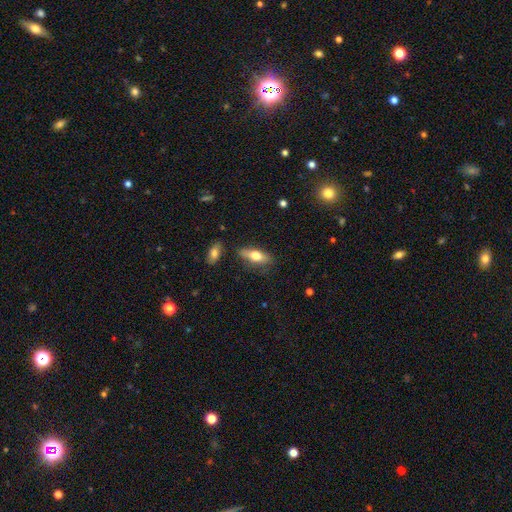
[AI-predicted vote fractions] smooth 64%, featured or disk 29%, star or artifact 7%. Down the decision tree: how rounded — in between (63%); merging — none (76%).